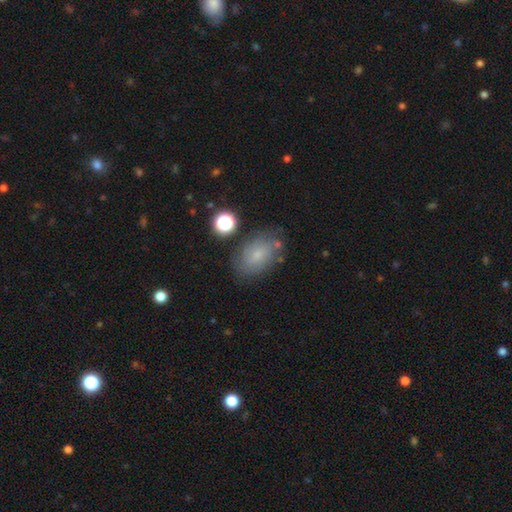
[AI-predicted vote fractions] Morphology: type=smooth (61%); roundness=in between (86%); merging=none (69%).